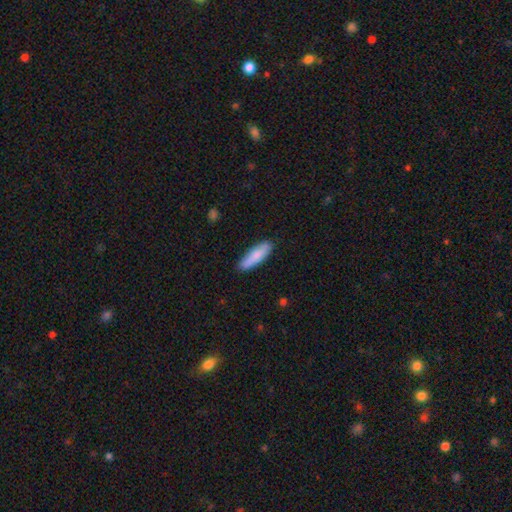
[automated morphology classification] The model was most divided on "how rounded": cigar-shaped: 59%, in between: 40%, round: 2%. More confident: merging — none (85%); smooth or featured — smooth (81%).